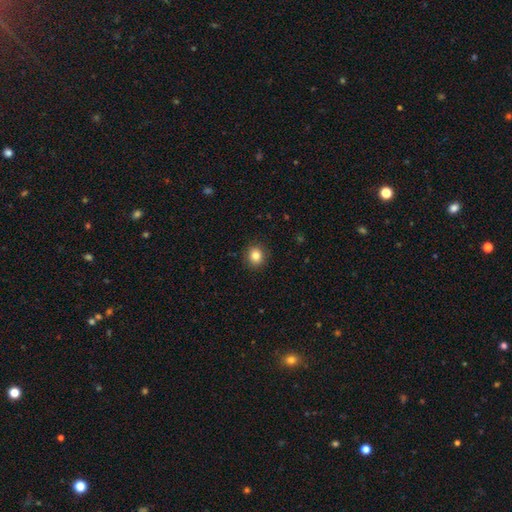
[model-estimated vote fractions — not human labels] smooth 83%, star or artifact 11%, featured or disk 7%. Down the decision tree: how rounded — round (85%); merging — none (91%).